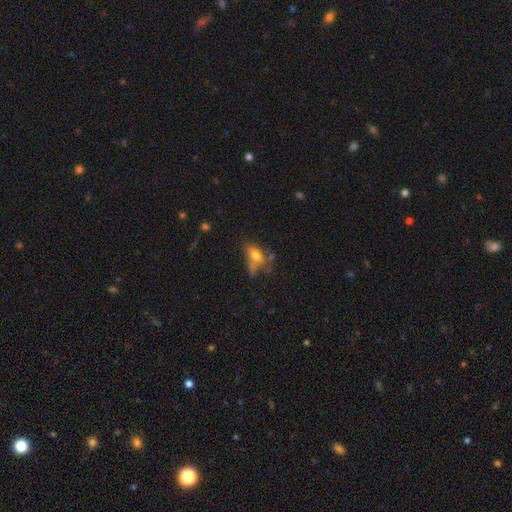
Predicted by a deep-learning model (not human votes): This is likely a smooth galaxy (63%). How rounded: likely in between (78%). Merging: marginally none (31%).